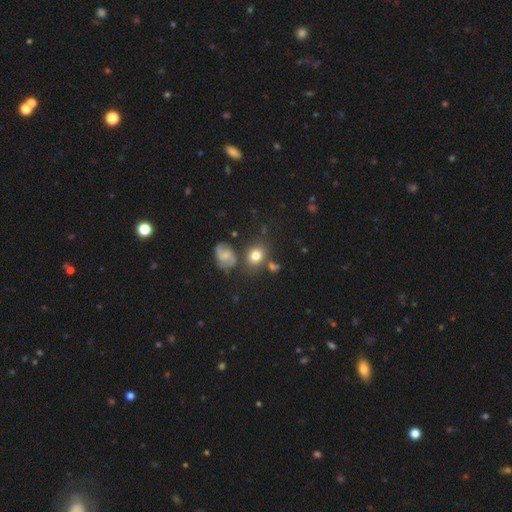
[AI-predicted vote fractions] Smooth or featured? Predicted: smooth (p=0.73). How rounded? Predicted: round (p=0.62). Merging? Predicted: none (p=0.68).